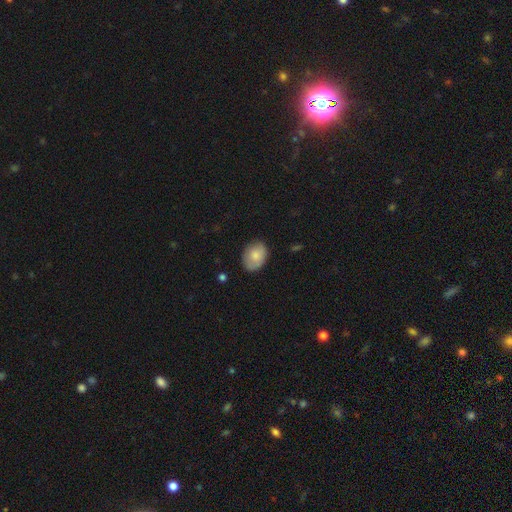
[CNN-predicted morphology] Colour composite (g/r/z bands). It shows a smooth galaxy with no disk features (78%) that is in between round and cigar-shaped (66%). Merging: none (76%).